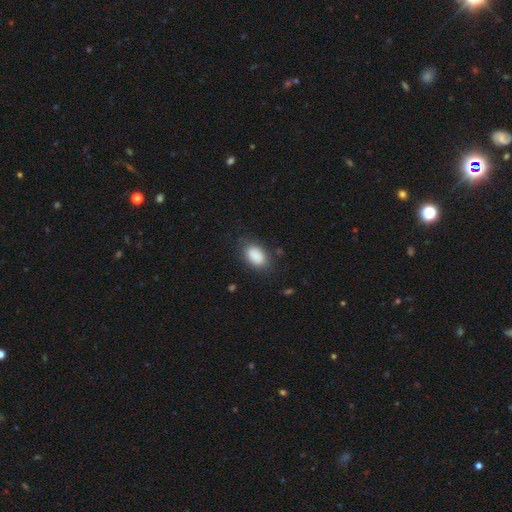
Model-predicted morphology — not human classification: Overall: smooth (88%). How rounded: in between (89%). Merging: none (80%).